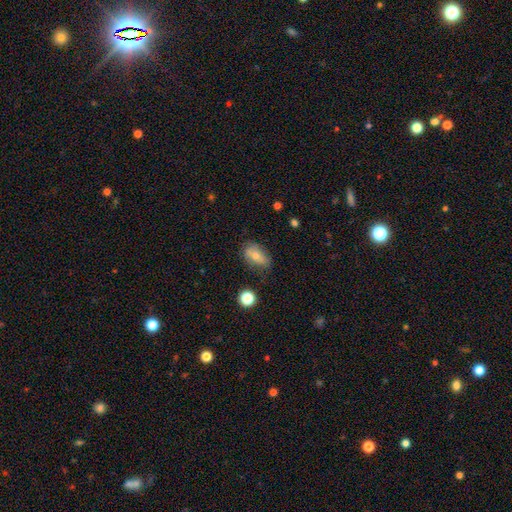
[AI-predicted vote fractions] Morphology: type=smooth (68%); roundness=in between (86%); merging=none (65%).